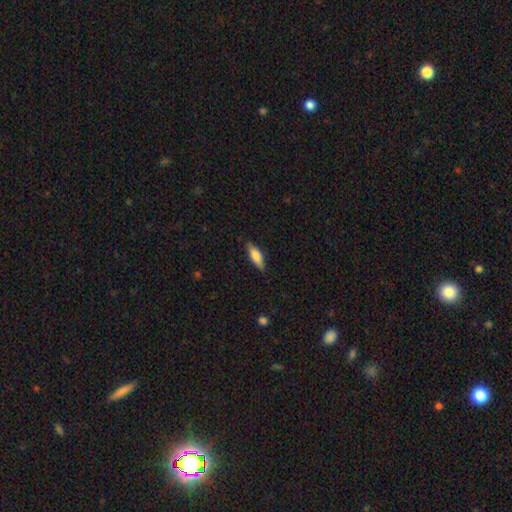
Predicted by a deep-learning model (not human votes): This is likely a smooth galaxy (73%). How rounded: possibly in between (57%). Merging: clearly none (85%).